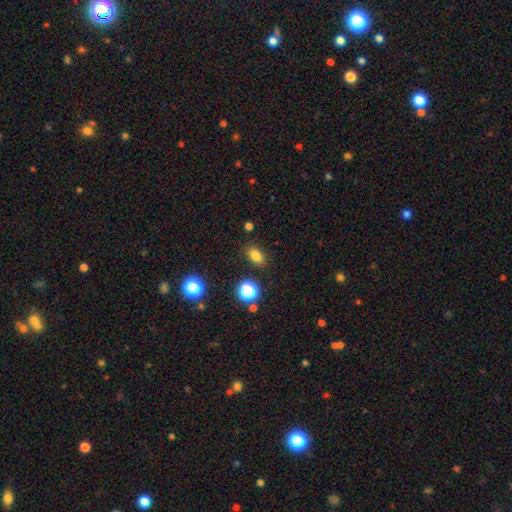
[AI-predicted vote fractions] This is likely a smooth galaxy (79%). How rounded: likely in between (80%). Merging: clearly none (85%).